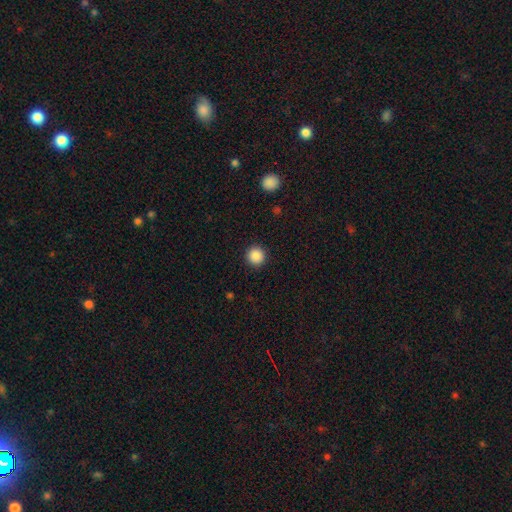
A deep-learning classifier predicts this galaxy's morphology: Smooth or featured: smooth — 88% (star or artifact — 10%)
How rounded: round — 95% (in between — 4%)
Merging: none — 92% (minor disturbance — 5%)